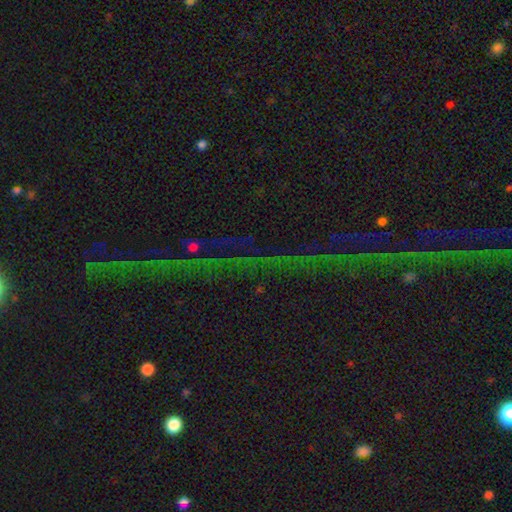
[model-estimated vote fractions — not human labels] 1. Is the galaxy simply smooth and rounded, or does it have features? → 77% star or artifact, 11% featured or disk, 11% smooth.